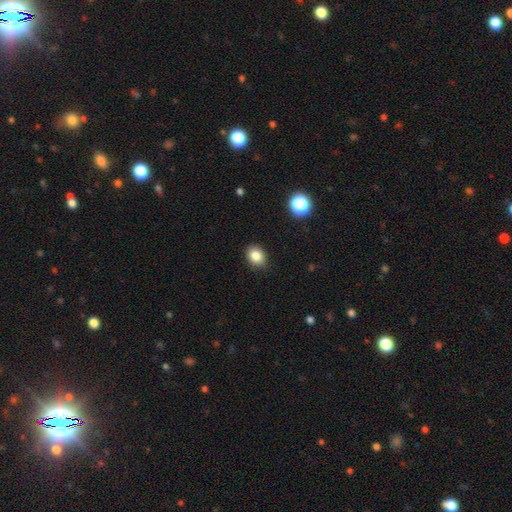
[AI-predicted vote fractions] A smooth galaxy with no disk features (83%) that is in between round and cigar-shaped (55%).

Vote fractions:
- Smooth or featured? smooth: 83% / star or artifact: 11% / featured or disk: 6%
- How rounded? in between: 55% / round: 44% / cigar-shaped: 1%
- Merging? none: 84% / minor disturbance: 13% / major disturbance: 2% / merger: 1%